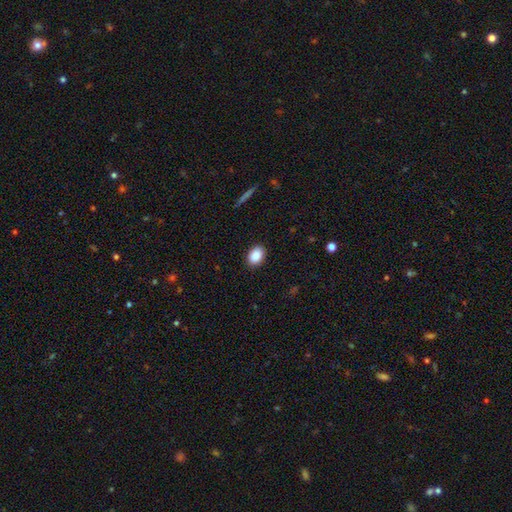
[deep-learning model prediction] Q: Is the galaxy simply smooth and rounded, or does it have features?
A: smooth — 89%.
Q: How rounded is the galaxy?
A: in between — 80%.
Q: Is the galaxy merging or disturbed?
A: none — 89%.